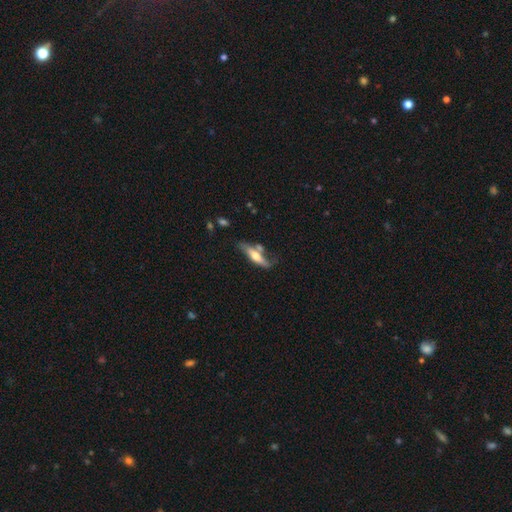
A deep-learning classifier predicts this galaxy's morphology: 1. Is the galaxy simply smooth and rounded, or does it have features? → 50% featured or disk, 44% smooth, 6% star or artifact.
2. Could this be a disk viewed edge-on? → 79% yes, 21% no.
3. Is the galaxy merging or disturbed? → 52% none, 22% minor disturbance, 17% merger, 9% major disturbance.